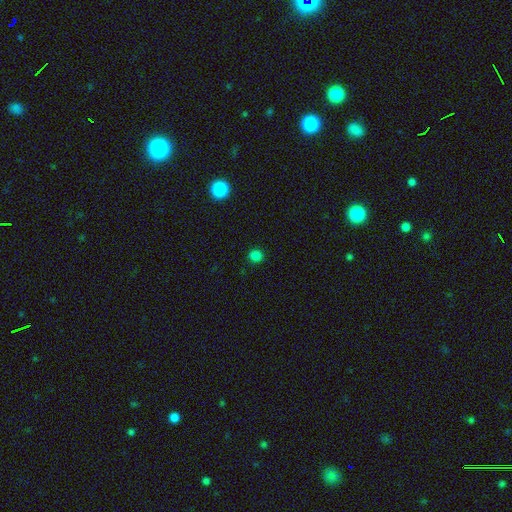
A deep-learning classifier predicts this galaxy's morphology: A smooth galaxy with no disk features (81%) that is round (92%). Merging: none (92%).